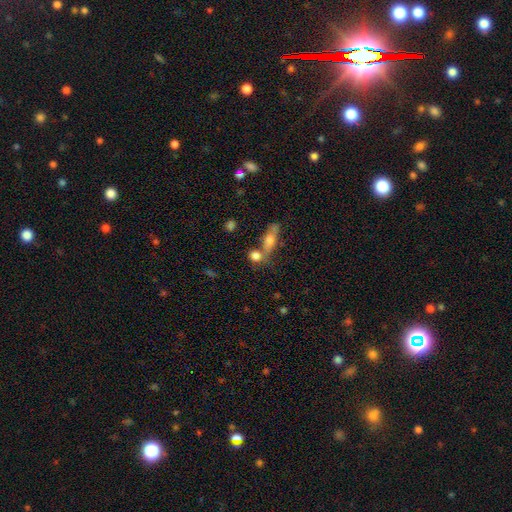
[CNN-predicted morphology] smooth 75%, featured or disk 14%, star or artifact 11%. Down the decision tree: how rounded — round (53%); merging — none (49%).